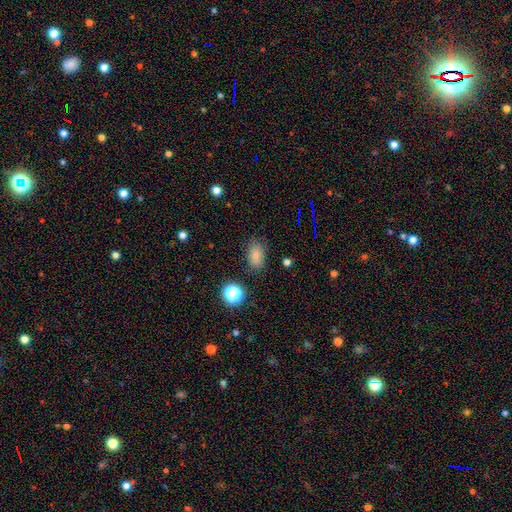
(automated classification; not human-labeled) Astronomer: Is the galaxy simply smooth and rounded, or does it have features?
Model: smooth — 80%.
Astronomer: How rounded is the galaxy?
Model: in between — 84%.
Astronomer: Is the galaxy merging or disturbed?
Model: none — 77%.